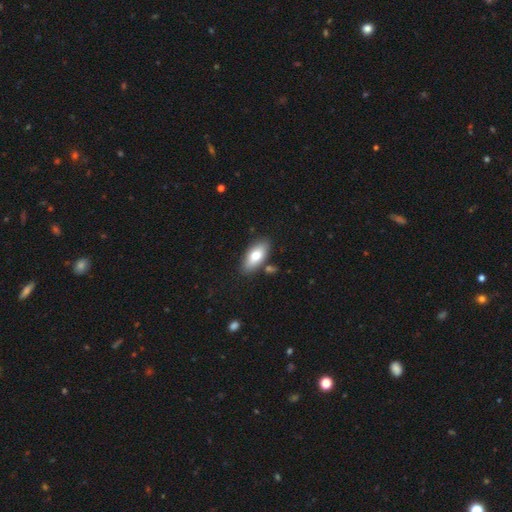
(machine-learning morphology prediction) Smooth or featured? smooth (75%)
How rounded? in between (86%)
Merging? none (81%)